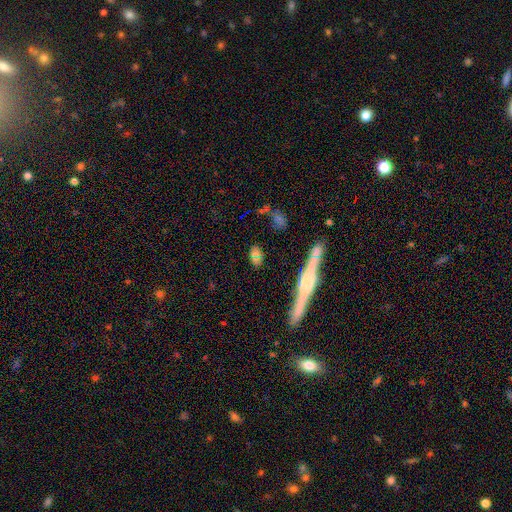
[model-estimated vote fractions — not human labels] A smooth galaxy with no disk features (65%) that is in between round and cigar-shaped (72%). Merging: none (76%).